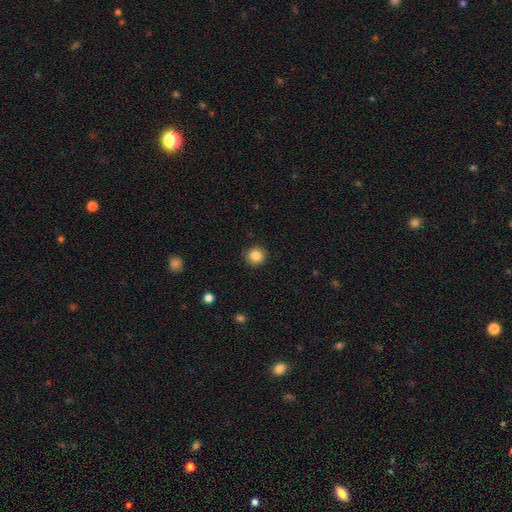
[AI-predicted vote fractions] smooth-or-featured: smooth: 85% | star or artifact: 10% | featured or disk: 5%
  how-rounded: round: 92% | in between: 7% | cigar-shaped: 1%
  merging: none: 91% | minor disturbance: 7% | major disturbance: 2% | merger: 1%